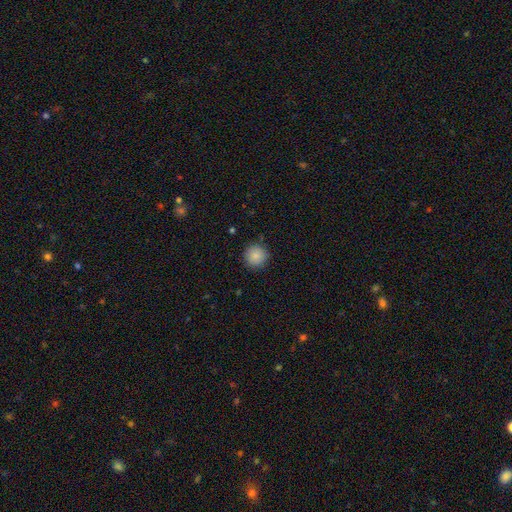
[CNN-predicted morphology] A smooth galaxy with no disk features (86%) that is round (95%). Merging: none (89%).